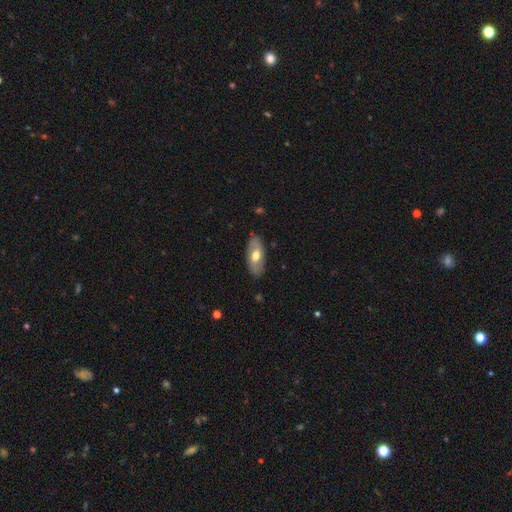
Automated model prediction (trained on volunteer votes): This is possibly a smooth galaxy (55%). How rounded: clearly in between (89%). Merging: clearly none (82%).